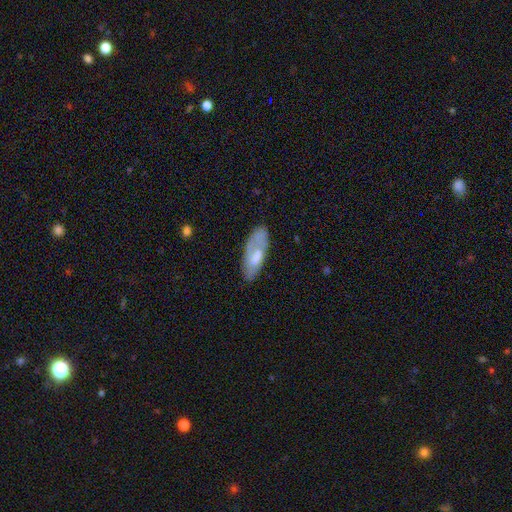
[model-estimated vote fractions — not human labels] The model was most divided on "smooth or featured": smooth: 56%, featured or disk: 38%, star or artifact: 6%. More confident: how rounded — in between (71%); merging — none (63%).